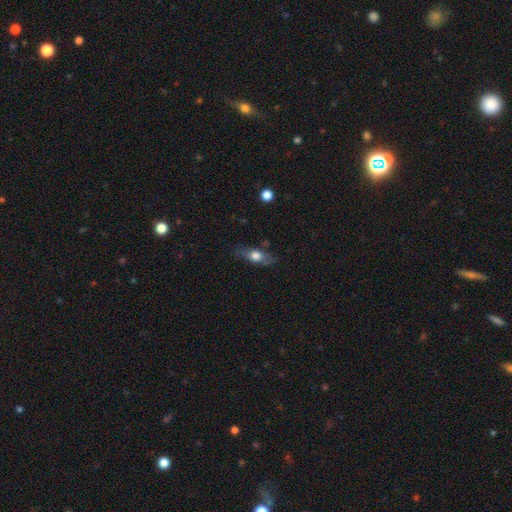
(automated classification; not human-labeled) This appears to be a smooth galaxy with no disk features (61%) that is in between round and cigar-shaped (63%). Merging: none (76%).